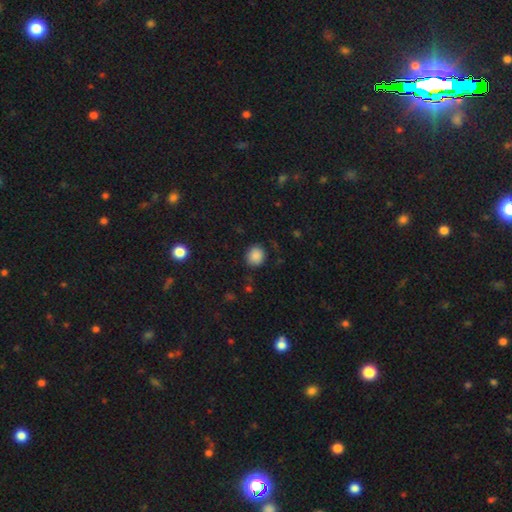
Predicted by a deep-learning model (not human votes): This is clearly a smooth galaxy (87%). How rounded: clearly round (82%). Merging: clearly none (84%).